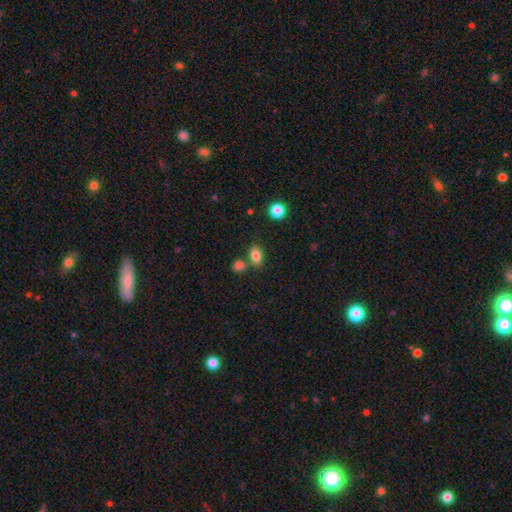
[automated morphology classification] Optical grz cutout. It shows a smooth galaxy with no disk features (82%) that is in between round and cigar-shaped (83%). Merging: none (68%).